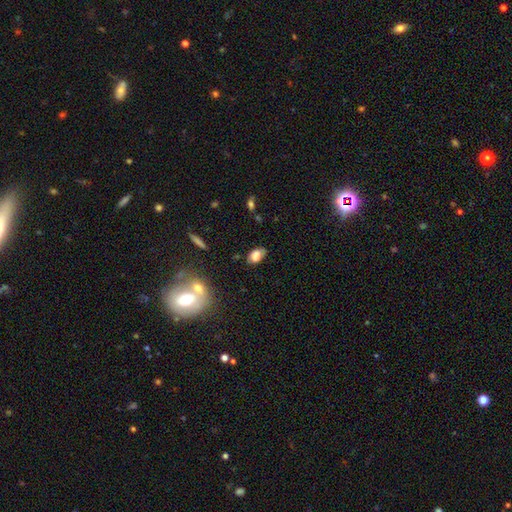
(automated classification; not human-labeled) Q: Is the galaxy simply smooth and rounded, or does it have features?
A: smooth — 78%.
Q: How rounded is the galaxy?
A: in between — 88%.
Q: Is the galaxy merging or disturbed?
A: none — 63%.